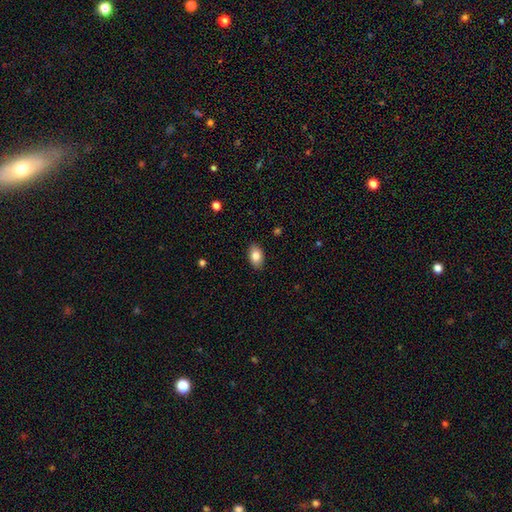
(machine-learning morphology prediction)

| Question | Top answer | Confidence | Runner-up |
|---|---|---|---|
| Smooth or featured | smooth | 83% | featured or disk (9%) |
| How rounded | in between | 90% | round (8%) |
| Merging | none | 88% | minor disturbance (9%) |